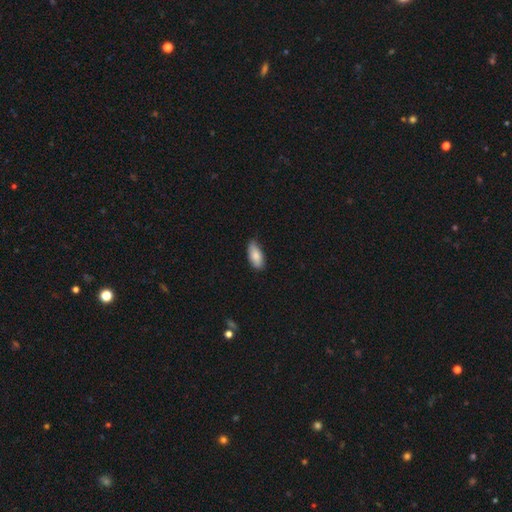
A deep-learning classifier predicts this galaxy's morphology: Smooth or featured? smooth (85%)
How rounded? in between (88%)
Merging? none (71%)